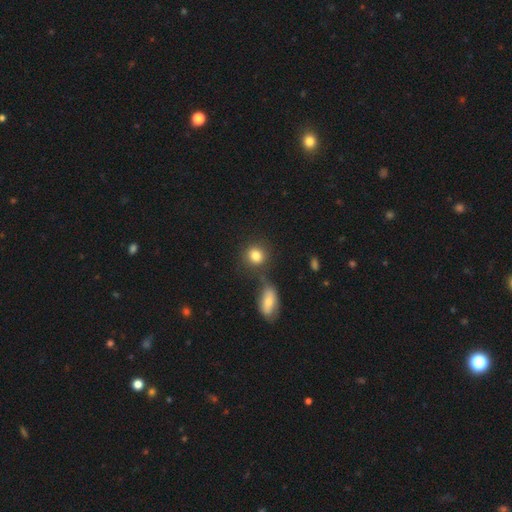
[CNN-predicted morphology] smooth 83%, star or artifact 10%, featured or disk 7%. Down the decision tree: how rounded — round (81%); merging — none (68%).